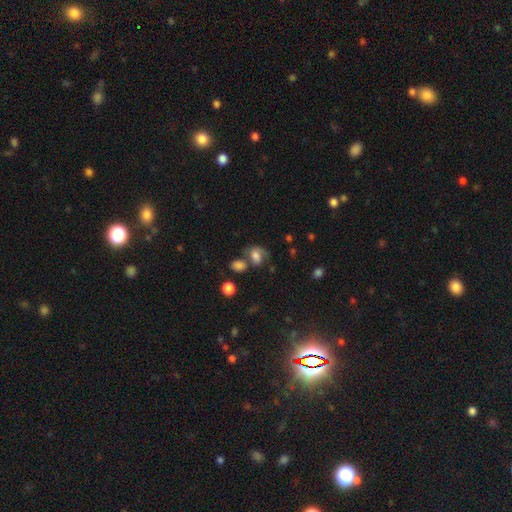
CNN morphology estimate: Smooth or featured?
  - smooth: 62% *
  - featured or disk: 25%
  - star or artifact: 13%
How rounded?
  - in between: 62% *
  - round: 36%
  - cigar-shaped: 2%
Merging?
  - none: 39% *
  - merger: 27%
  - minor disturbance: 20%
  - major disturbance: 14%